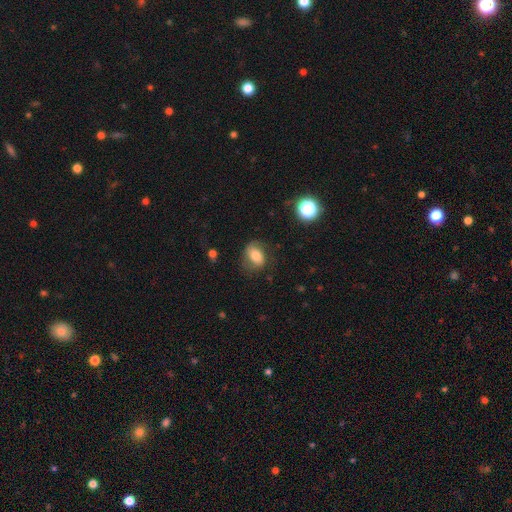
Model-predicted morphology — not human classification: This is likely a smooth galaxy (65%). How rounded: likely in between (68%). Merging: likely none (68%).